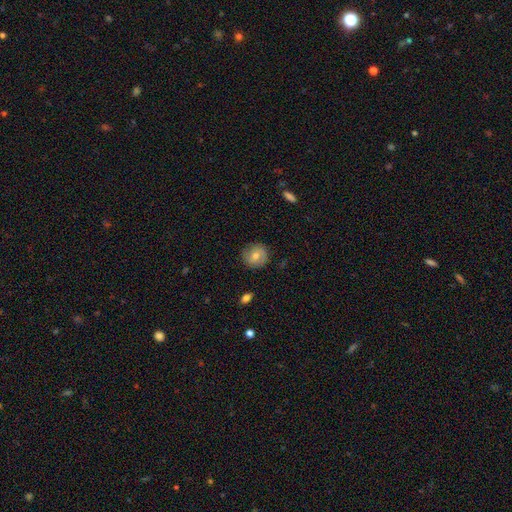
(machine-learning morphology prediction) This appears to be a smooth galaxy with no disk features (47%). Merging: none (84%).